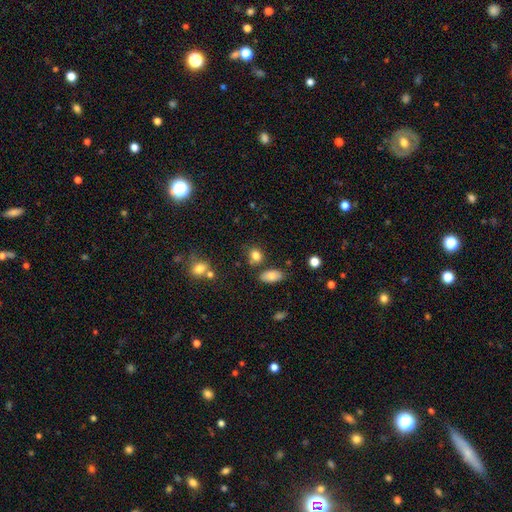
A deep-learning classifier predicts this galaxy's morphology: Q: Smooth or featured?
A: smooth (83%); runner-up: star or artifact (11%)
Q: How rounded?
A: round (55%); runner-up: in between (43%)
Q: Merging?
A: none (69%); runner-up: minor disturbance (15%)